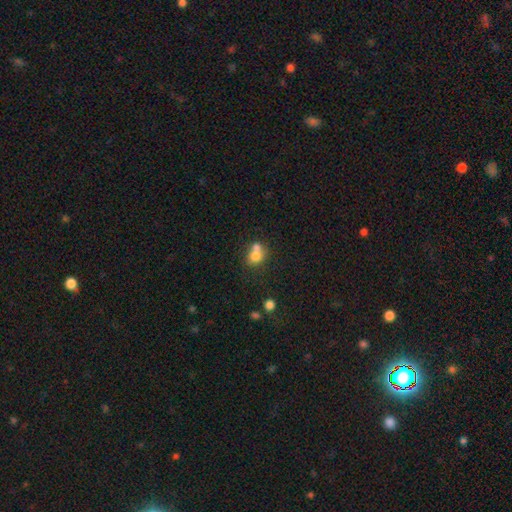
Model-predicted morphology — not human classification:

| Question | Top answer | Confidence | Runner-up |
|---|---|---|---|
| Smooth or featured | smooth | 74% | featured or disk (15%) |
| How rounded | round | 65% | in between (34%) |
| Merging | merger | 56% | none (32%) |